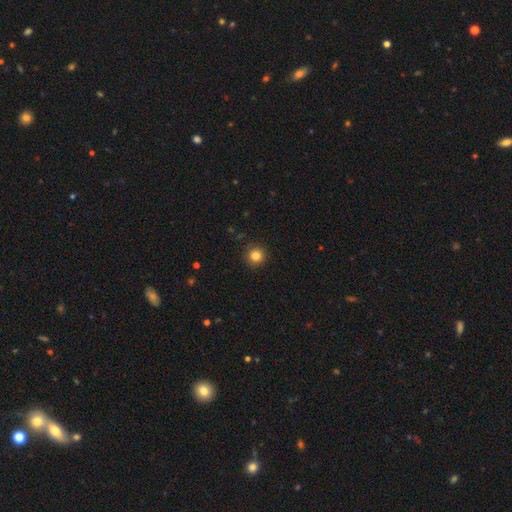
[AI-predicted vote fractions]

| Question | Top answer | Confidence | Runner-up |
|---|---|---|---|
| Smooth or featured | smooth | 83% | star or artifact (12%) |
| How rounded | round | 95% | in between (4%) |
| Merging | none | 91% | minor disturbance (6%) |